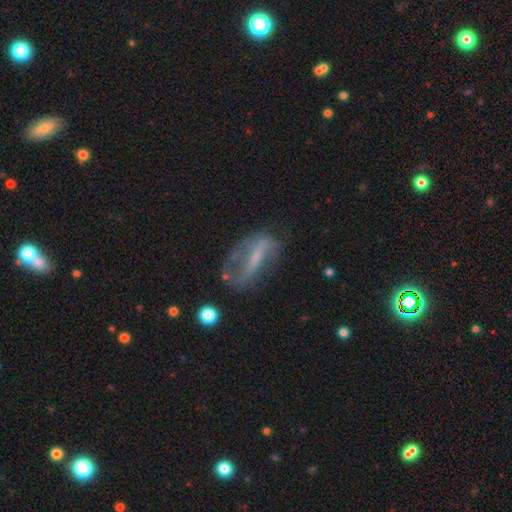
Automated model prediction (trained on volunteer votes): smooth_or_featured: featured or disk (p=0.60) [alt: smooth p=0.30]
disk_edge_on: no (p=0.84) [alt: yes p=0.16]
bar: strong (p=0.45) [alt: weak p=0.31]
has_spiral_arms: yes (p=0.53) [alt: no p=0.47]
bulge_size: small (p=0.44) [alt: none p=0.33]
merging: none (p=0.47) [alt: minor disturbance p=0.25]